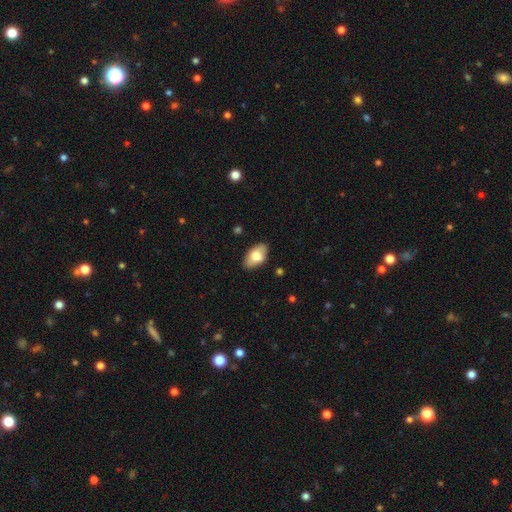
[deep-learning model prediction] Smooth or featured? Predicted: smooth (p=0.74). How rounded? Predicted: in between (p=0.93). Merging? Predicted: none (p=0.81).